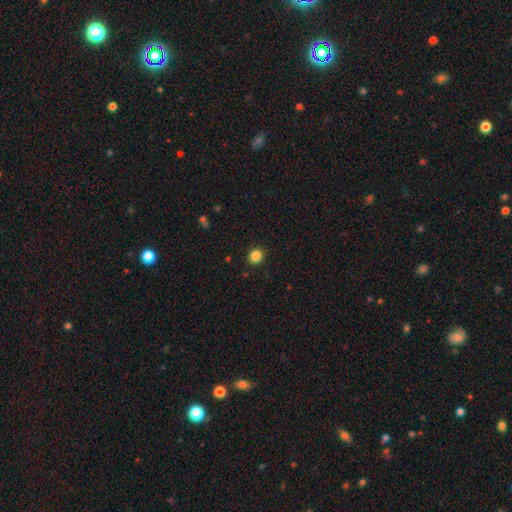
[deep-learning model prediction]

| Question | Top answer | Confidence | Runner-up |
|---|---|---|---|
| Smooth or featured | smooth | 85% | star or artifact (11%) |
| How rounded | round | 81% | in between (18%) |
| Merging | none | 92% | minor disturbance (6%) |